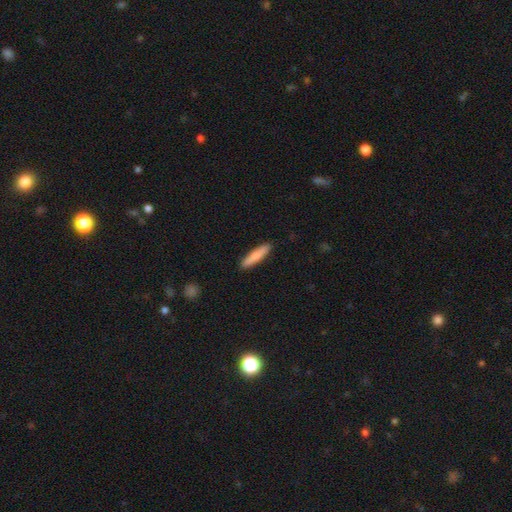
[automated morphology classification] Smooth or featured?
  - smooth: 80% *
  - featured or disk: 15%
  - star or artifact: 5%
How rounded?
  - cigar-shaped: 85% *
  - in between: 14%
  - round: 1%
Merging?
  - none: 91% *
  - minor disturbance: 7%
  - major disturbance: 1%
  - merger: 1%